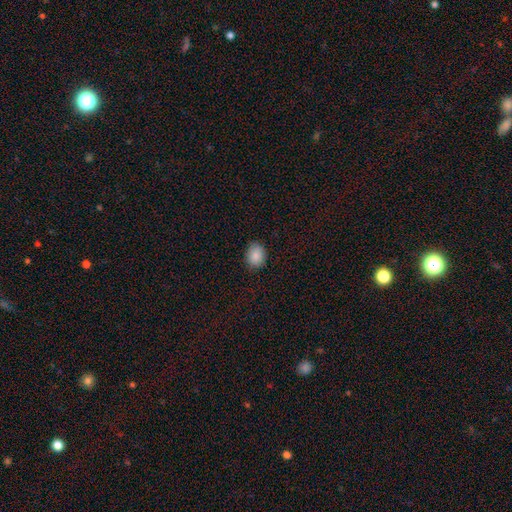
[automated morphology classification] smooth_or_featured: smooth (p=0.86) [alt: star or artifact p=0.09]
how_rounded: in between (p=0.51) [alt: round p=0.48]
merging: none (p=0.83) [alt: minor disturbance p=0.14]